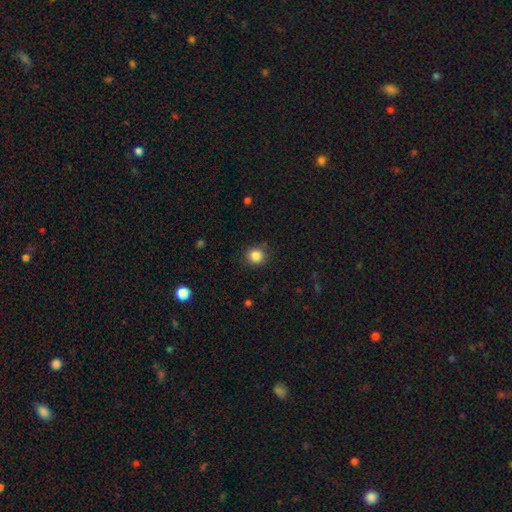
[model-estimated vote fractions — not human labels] Overall: smooth (85%). How rounded: round (89%). Merging: none (86%).